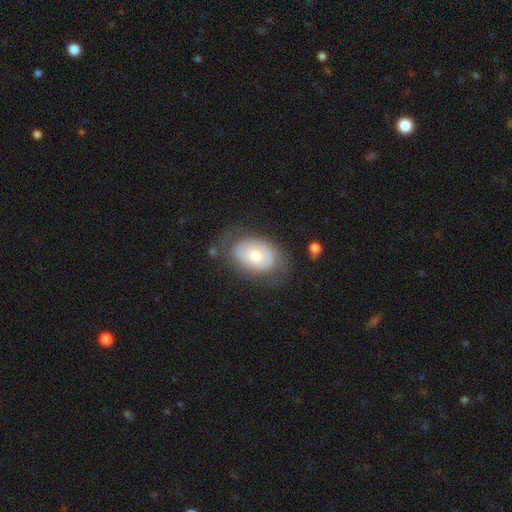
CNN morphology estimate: The model was most divided on "smooth or featured": featured or disk: 51%, smooth: 42%, star or artifact: 7%. More confident: edge-on disk — no (94%); merging — none (64%).